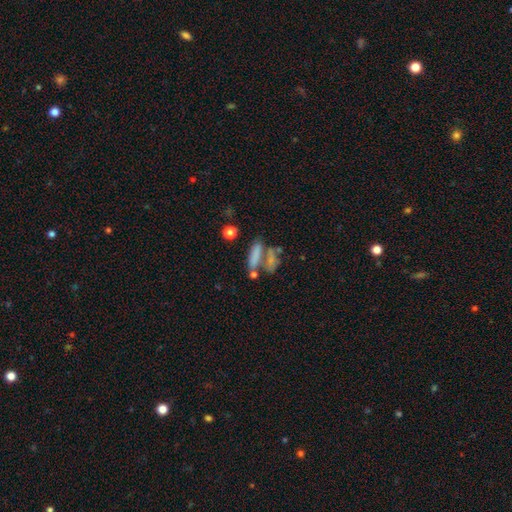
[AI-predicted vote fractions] Smooth or featured: smooth — 70% (featured or disk — 19%)
How rounded: cigar-shaped — 54% (in between — 40%)
Merging: none — 41% (merger — 37%)